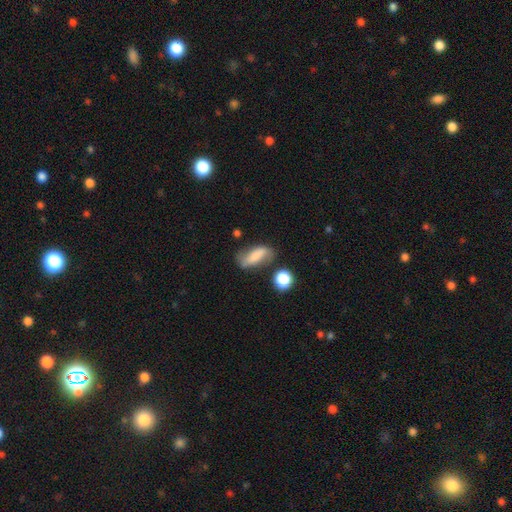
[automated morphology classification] This appears to be a smooth galaxy with no disk features (61%) that is in between round and cigar-shaped (75%). Merging: none (59%).